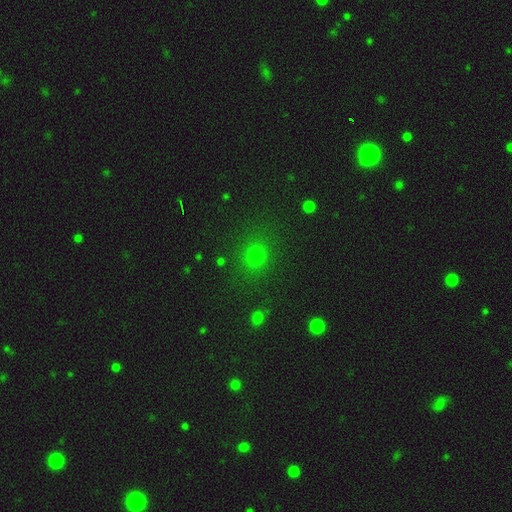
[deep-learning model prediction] This is likely a smooth galaxy (74%). How rounded: clearly round (84%). Merging: clearly none (83%).